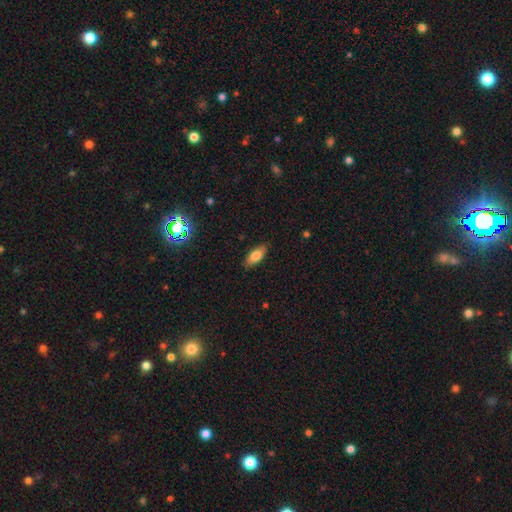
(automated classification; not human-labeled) Q: Smooth or featured?
A: smooth (78%); runner-up: featured or disk (14%)
Q: How rounded?
A: in between (81%); runner-up: cigar-shaped (16%)
Q: Merging?
A: none (87%); runner-up: minor disturbance (10%)